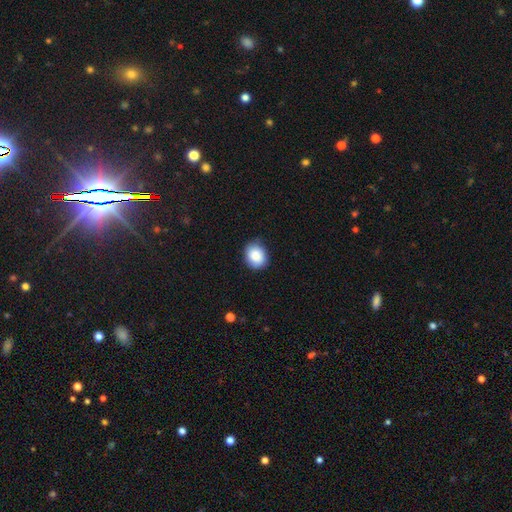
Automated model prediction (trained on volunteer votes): Smooth or featured?
  - smooth: 87% *
  - star or artifact: 7%
  - featured or disk: 5%
How rounded?
  - round: 53% *
  - in between: 46%
  - cigar-shaped: 1%
Merging?
  - none: 82% *
  - minor disturbance: 15%
  - major disturbance: 3%
  - merger: 1%